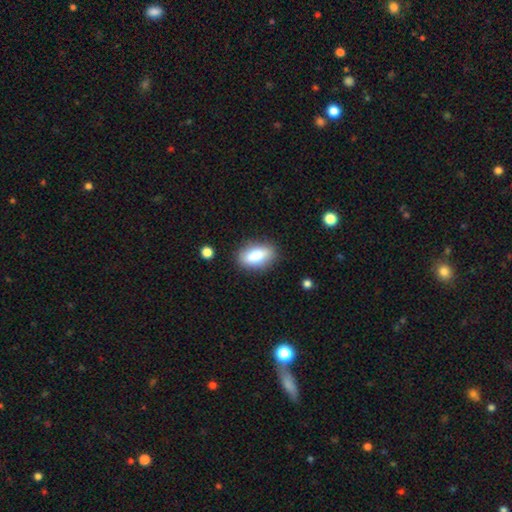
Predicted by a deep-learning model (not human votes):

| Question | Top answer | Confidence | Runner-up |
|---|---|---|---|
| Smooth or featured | smooth | 79% | featured or disk (14%) |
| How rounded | in between | 88% | round (7%) |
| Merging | none | 85% | minor disturbance (11%) |